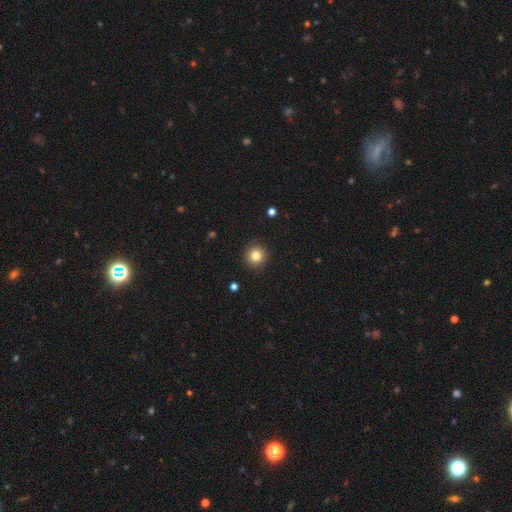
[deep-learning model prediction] This appears to be a smooth galaxy with no disk features (82%) that is round (94%). Merging: none (92%).